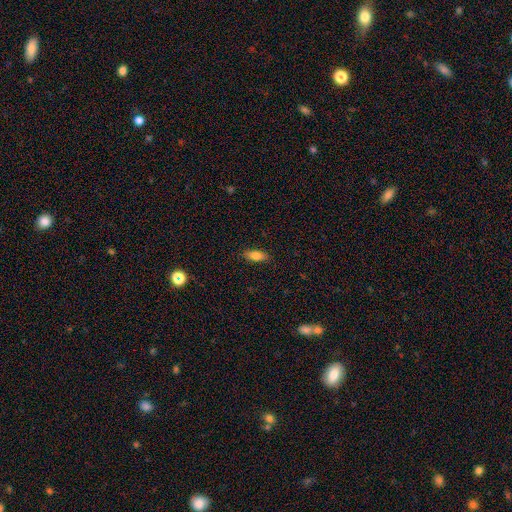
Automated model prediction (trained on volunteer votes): A smooth galaxy with no disk features (80%) that is in between round and cigar-shaped (72%).

Vote fractions:
- Smooth or featured? smooth: 80% / featured or disk: 13% / star or artifact: 7%
- How rounded? in between: 72% / cigar-shaped: 25% / round: 3%
- Merging? none: 88% / minor disturbance: 9% / major disturbance: 2% / merger: 1%